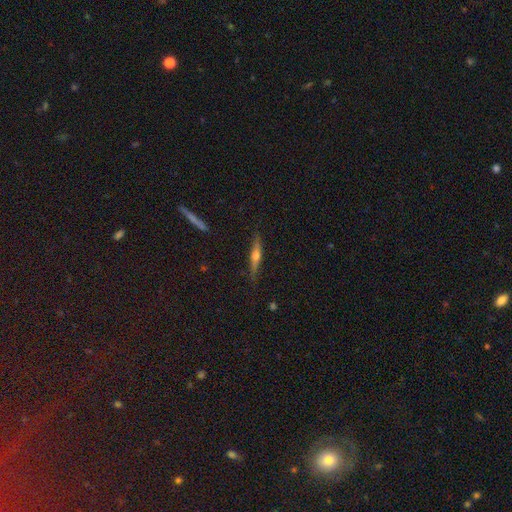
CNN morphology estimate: Smooth or featured? Predicted: featured or disk (p=0.68). Edge-on disk? Predicted: yes (p=0.97). Edge-on bulge? Predicted: rounded (p=0.92). Merging? Predicted: none (p=0.86).